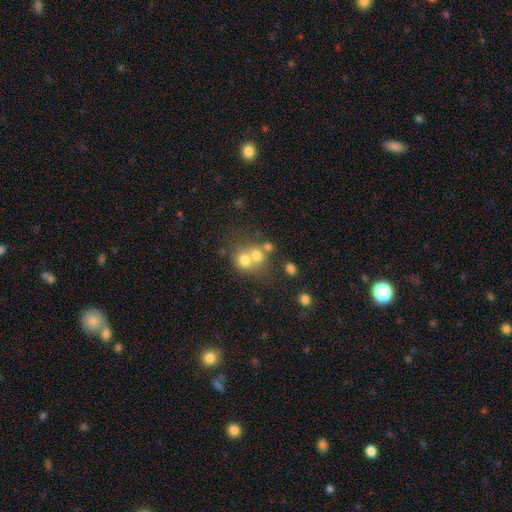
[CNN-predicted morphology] Smooth or featured?
  - smooth: 65% *
  - featured or disk: 21%
  - star or artifact: 14%
How rounded?
  - round: 73% *
  - in between: 26%
  - cigar-shaped: 1%
Merging?
  - merger: 60% *
  - none: 29%
  - minor disturbance: 6%
  - major disturbance: 4%